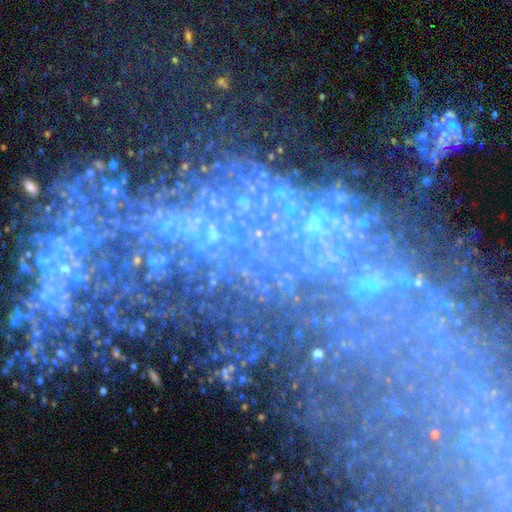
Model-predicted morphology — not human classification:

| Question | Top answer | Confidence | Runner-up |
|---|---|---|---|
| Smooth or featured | star or artifact | 56% | featured or disk (29%) |